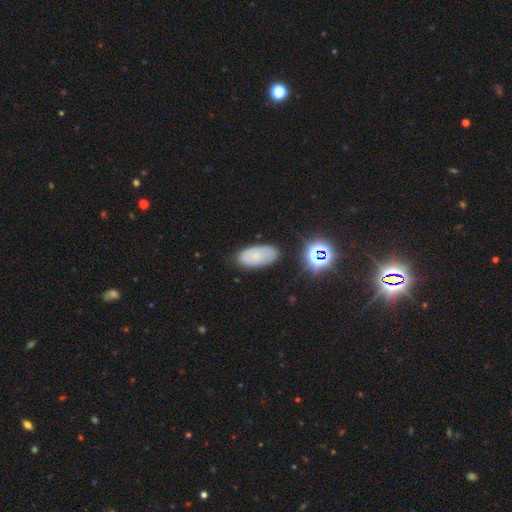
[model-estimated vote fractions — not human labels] This is likely a smooth galaxy (71%). How rounded: clearly in between (93%). Merging: clearly none (80%).